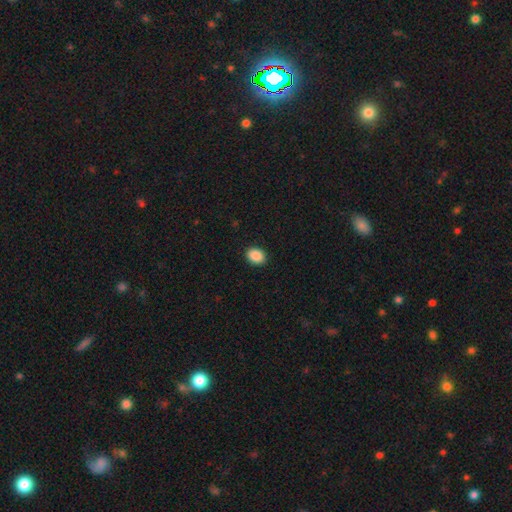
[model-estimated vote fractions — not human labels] Smooth or featured? Predicted: smooth (p=0.90). How rounded? Predicted: in between (p=0.65). Merging? Predicted: none (p=0.91).